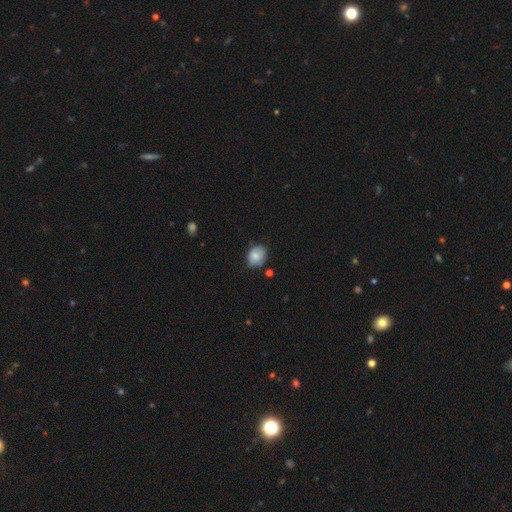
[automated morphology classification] smooth 80%, featured or disk 12%, star or artifact 8%. Down the decision tree: how rounded — round (58%); merging — none (69%).